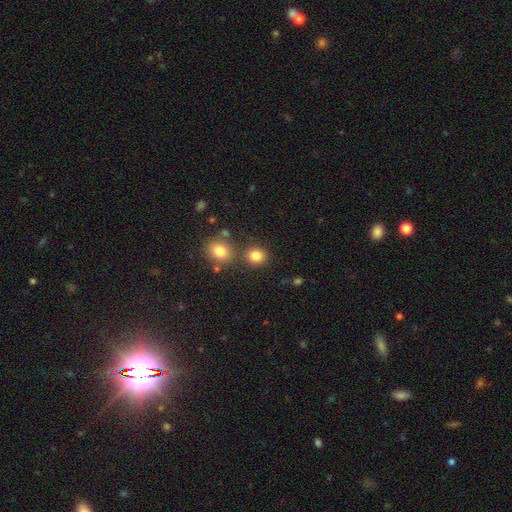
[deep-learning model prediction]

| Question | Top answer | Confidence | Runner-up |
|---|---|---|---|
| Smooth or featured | smooth | 83% | star or artifact (12%) |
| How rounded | round | 79% | in between (20%) |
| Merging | none | 76% | merger (12%) |